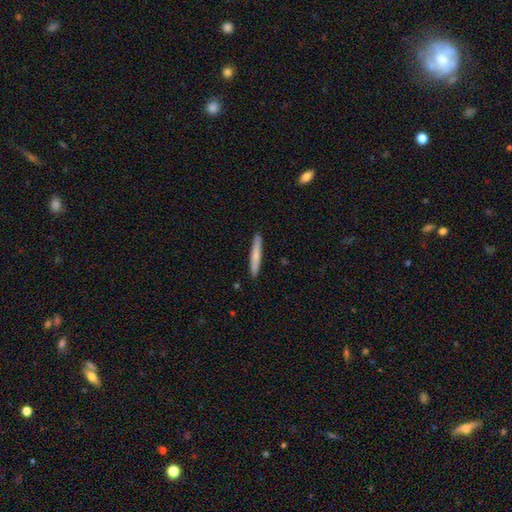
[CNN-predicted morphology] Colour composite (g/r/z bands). It shows a smooth galaxy with no disk features (72%) that is cigar-shaped (96%). Merging: none (91%).